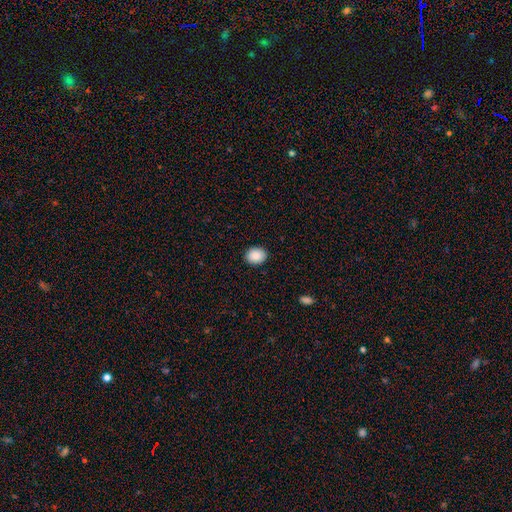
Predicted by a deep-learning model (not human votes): smooth-or-featured: smooth: 88% | star or artifact: 8% | featured or disk: 4%
  how-rounded: round: 54% | in between: 45% | cigar-shaped: 1%
  merging: none: 90% | minor disturbance: 7% | major disturbance: 2% | merger: 1%